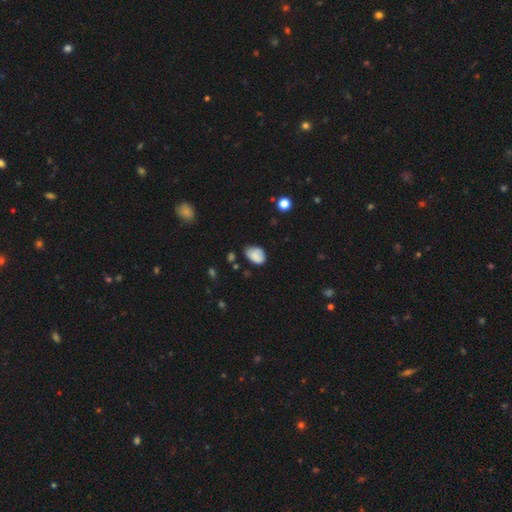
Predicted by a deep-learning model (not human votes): The model was most divided on "merging": none: 55%, minor disturbance: 35%, major disturbance: 7%, merger: 3%. More confident: smooth or featured — smooth (82%); how rounded — in between (81%).